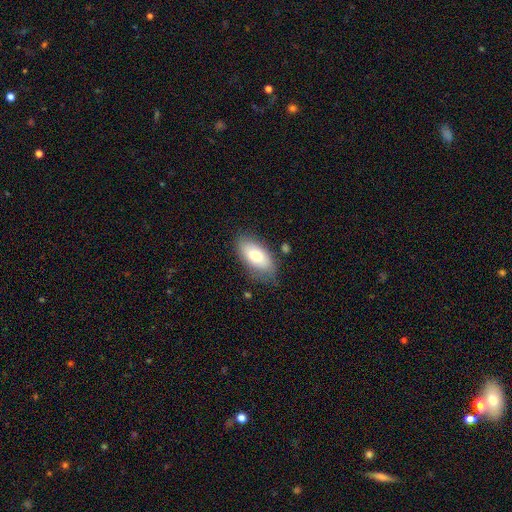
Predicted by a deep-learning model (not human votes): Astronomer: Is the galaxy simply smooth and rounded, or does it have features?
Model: smooth — 76%.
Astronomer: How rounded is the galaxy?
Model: in between — 91%.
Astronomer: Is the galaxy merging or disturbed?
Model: none — 77%.